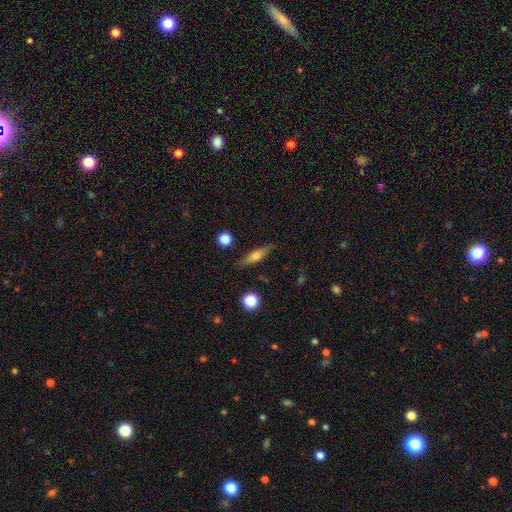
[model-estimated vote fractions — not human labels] Smooth or featured?
  - smooth: 55% *
  - featured or disk: 38%
  - star or artifact: 8%
How rounded?
  - cigar-shaped: 62% *
  - in between: 33%
  - round: 5%
Merging?
  - none: 82% *
  - minor disturbance: 12%
  - major disturbance: 3%
  - merger: 2%